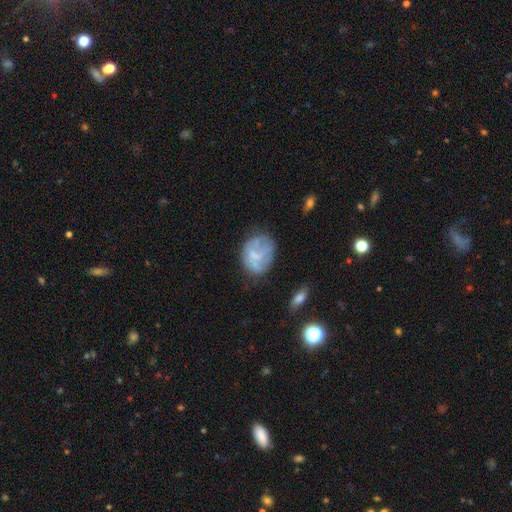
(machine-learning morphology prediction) smooth-or-featured: featured or disk: 49% | smooth: 41% | star or artifact: 10%
  merging: none: 51% | minor disturbance: 26% | major disturbance: 18% | merger: 5%